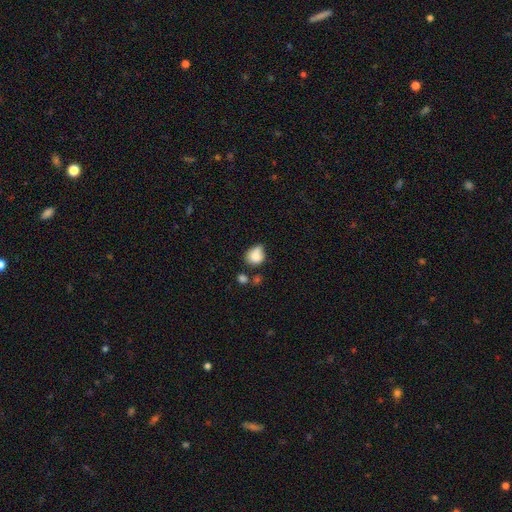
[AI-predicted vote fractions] Smooth or featured: smooth — 80% (featured or disk — 11%)
How rounded: round — 58% (in between — 41%)
Merging: none — 39% (minor disturbance — 30%)